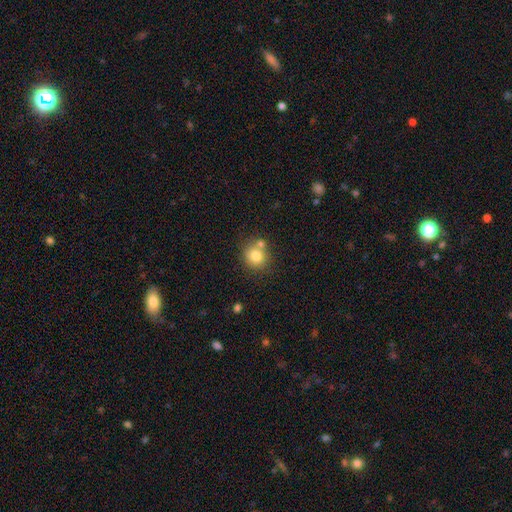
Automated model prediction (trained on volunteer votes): smooth-or-featured: smooth: 79% | star or artifact: 11% | featured or disk: 10%
  how-rounded: round: 87% | in between: 12% | cigar-shaped: 1%
  merging: none: 63% | merger: 23% | minor disturbance: 11% | major disturbance: 3%